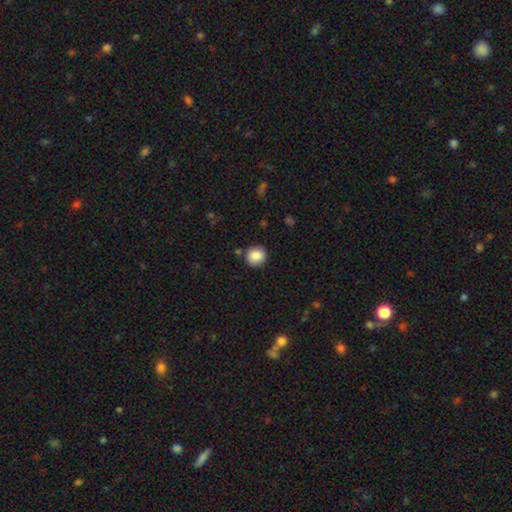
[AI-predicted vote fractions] Smooth or featured? Predicted: smooth (p=0.87). How rounded? Predicted: round (p=0.88). Merging? Predicted: none (p=0.86).